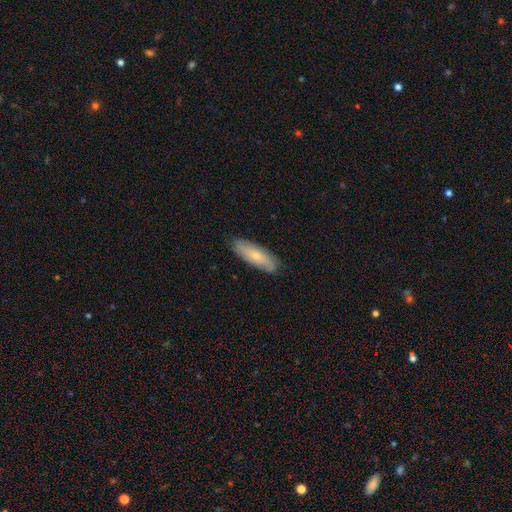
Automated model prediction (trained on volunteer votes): Smooth or featured? smooth (57%)
How rounded? in between (58%)
Merging? none (84%)